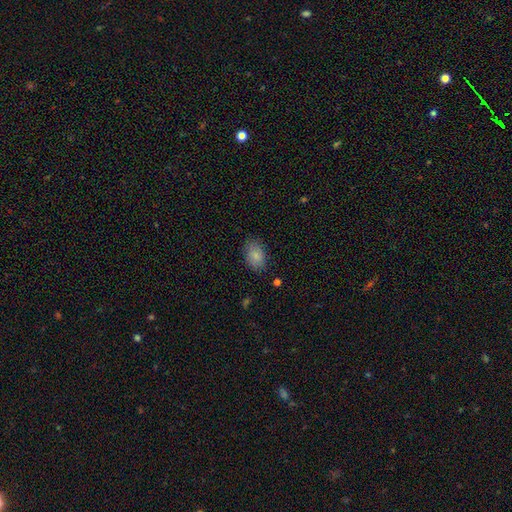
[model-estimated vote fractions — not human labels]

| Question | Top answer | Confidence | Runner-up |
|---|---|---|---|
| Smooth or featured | smooth | 84% | featured or disk (9%) |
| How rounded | in between | 85% | round (13%) |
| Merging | none | 77% | minor disturbance (18%) |